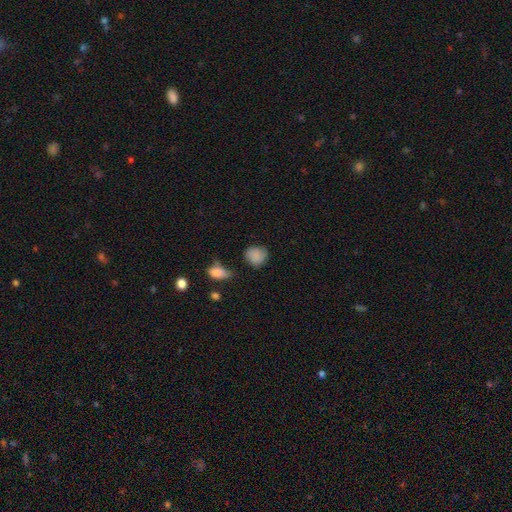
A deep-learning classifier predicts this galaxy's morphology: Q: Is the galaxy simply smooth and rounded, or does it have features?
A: smooth — 83%.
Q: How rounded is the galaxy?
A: round — 74%.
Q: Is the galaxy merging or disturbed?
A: none — 64%.